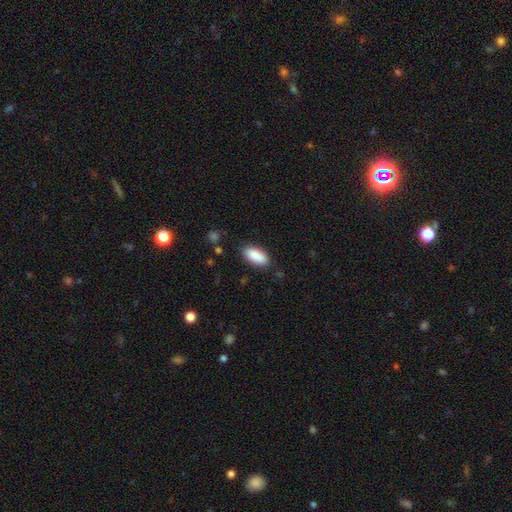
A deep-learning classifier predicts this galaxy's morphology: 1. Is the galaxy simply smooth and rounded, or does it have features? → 89% smooth, 6% star or artifact, 5% featured or disk.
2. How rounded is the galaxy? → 89% in between, 9% cigar-shaped, 2% round.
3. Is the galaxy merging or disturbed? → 85% none, 11% minor disturbance, 3% major disturbance, 1% merger.